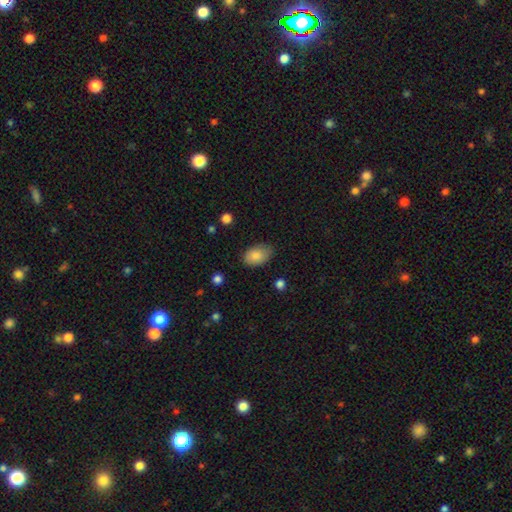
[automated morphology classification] Smooth or featured? Predicted: smooth (p=0.84). How rounded? Predicted: in between (p=0.87). Merging? Predicted: none (p=0.73).